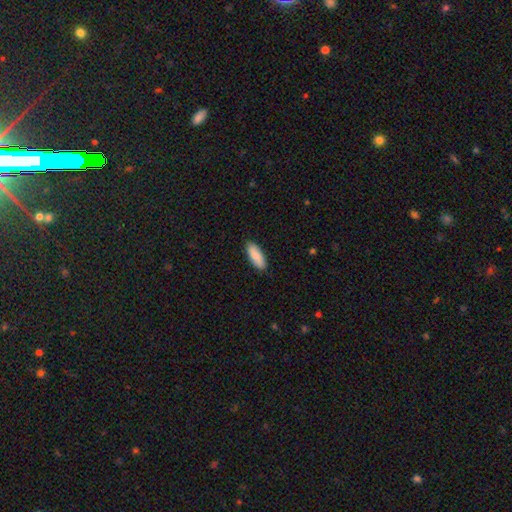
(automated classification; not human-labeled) This appears to be a smooth galaxy with no disk features (87%) that is in between round and cigar-shaped (72%). Merging: none (87%).